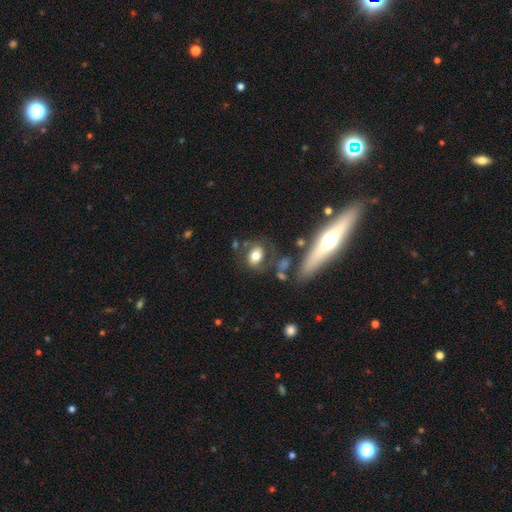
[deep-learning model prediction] smooth 71%, featured or disk 20%, star or artifact 9%. Down the decision tree: how rounded — in between (65%); merging — none (63%).